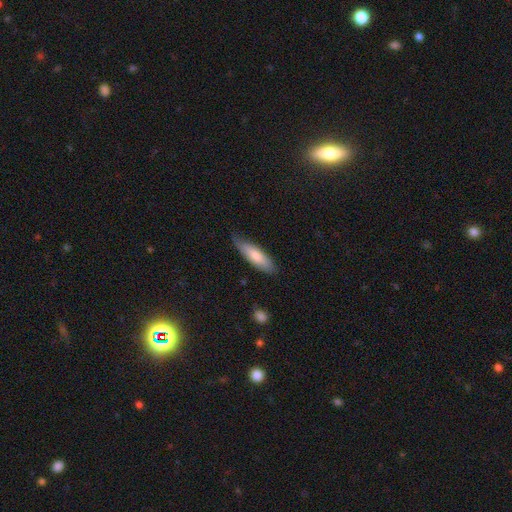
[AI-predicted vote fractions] Smooth or featured: smooth — 75% (featured or disk — 19%)
How rounded: cigar-shaped — 54% (in between — 44%)
Merging: none — 71% (minor disturbance — 24%)